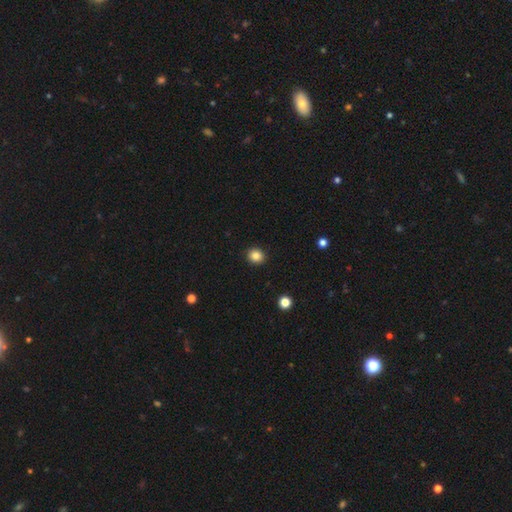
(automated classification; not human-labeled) A smooth galaxy with no disk features (85%) that is round (85%).

Vote fractions:
- Smooth or featured? smooth: 85% / star or artifact: 11% / featured or disk: 4%
- How rounded? round: 85% / in between: 14% / cigar-shaped: 1%
- Merging? none: 92% / minor disturbance: 5% / major disturbance: 2% / merger: 1%